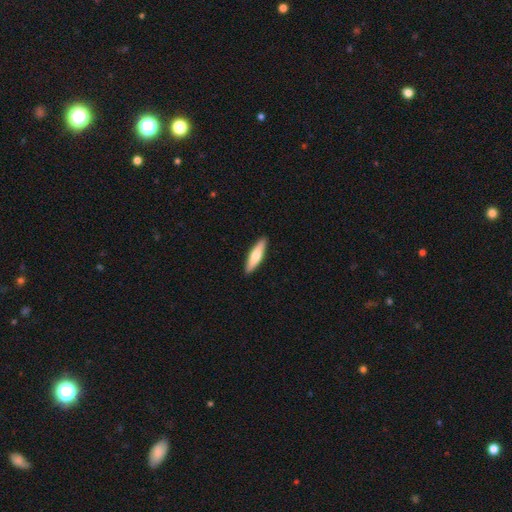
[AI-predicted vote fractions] The model was most divided on "smooth or featured": smooth: 66%, featured or disk: 29%, star or artifact: 5%. More confident: merging — none (91%); how rounded — cigar-shaped (75%).